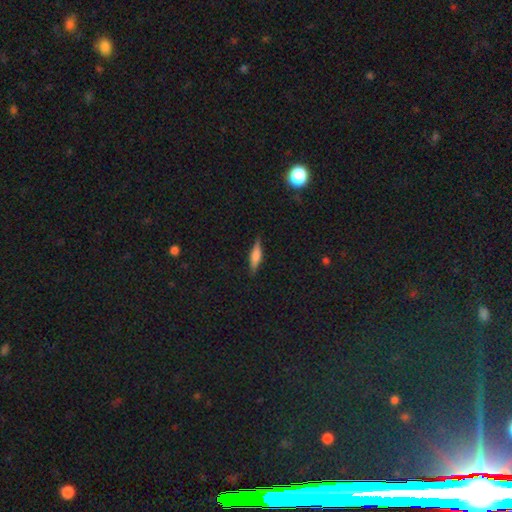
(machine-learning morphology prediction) Smooth or featured? smooth (51%)
How rounded? cigar-shaped (68%)
Merging? none (86%)